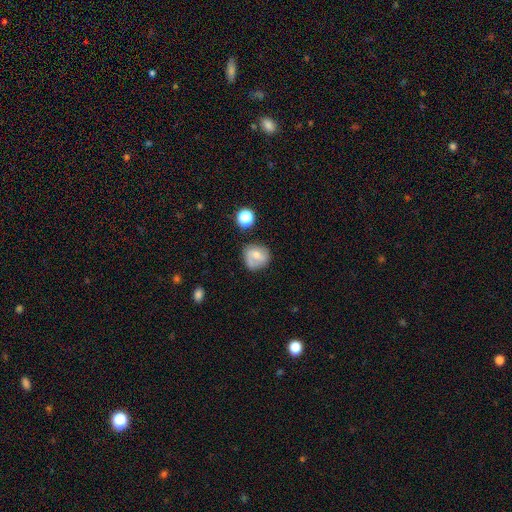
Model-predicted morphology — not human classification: Q: Smooth or featured?
A: smooth (56%); runner-up: featured or disk (33%)
Q: How rounded?
A: round (79%); runner-up: in between (20%)
Q: Merging?
A: none (63%); runner-up: minor disturbance (23%)